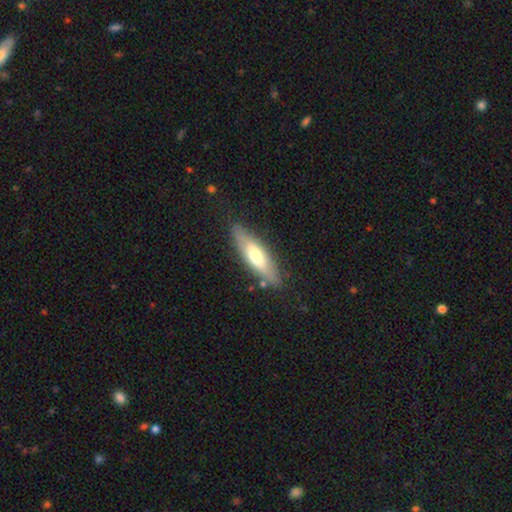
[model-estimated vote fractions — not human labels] A smooth galaxy with no disk features (55%) that is cigar-shaped (59%).

Vote fractions:
- Smooth or featured? smooth: 55% / featured or disk: 39% / star or artifact: 6%
- How rounded? cigar-shaped: 59% / in between: 39% / round: 2%
- Merging? none: 82% / minor disturbance: 13% / major disturbance: 3% / merger: 2%